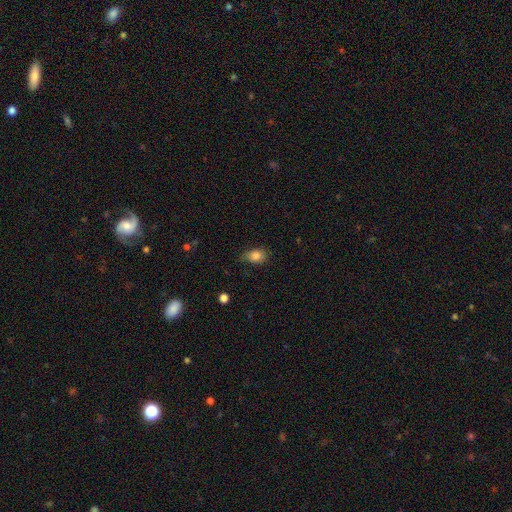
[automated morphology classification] type=smooth (83%); roundness=in between (73%); merging=none (62%).